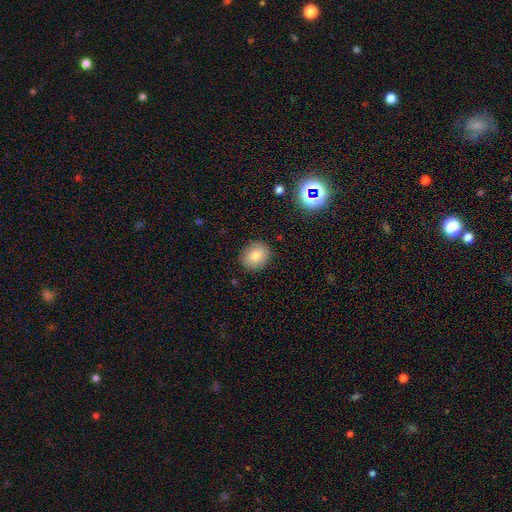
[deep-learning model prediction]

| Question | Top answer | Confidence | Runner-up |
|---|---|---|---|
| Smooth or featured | smooth | 83% | star or artifact (9%) |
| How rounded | round | 62% | in between (37%) |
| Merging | none | 86% | minor disturbance (10%) |